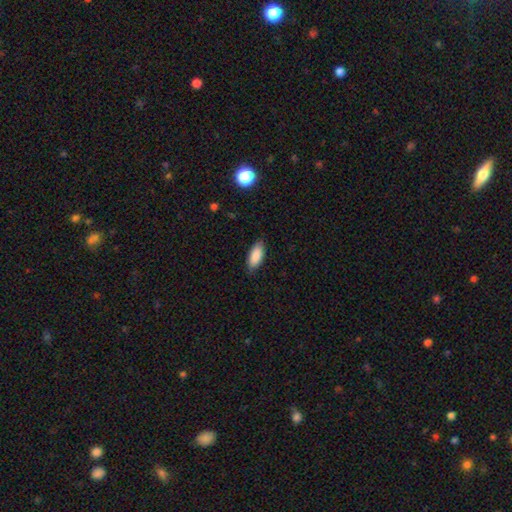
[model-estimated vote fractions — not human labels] smooth 88%, star or artifact 6%, featured or disk 6%. Down the decision tree: how rounded — in between (86%); merging — none (85%).